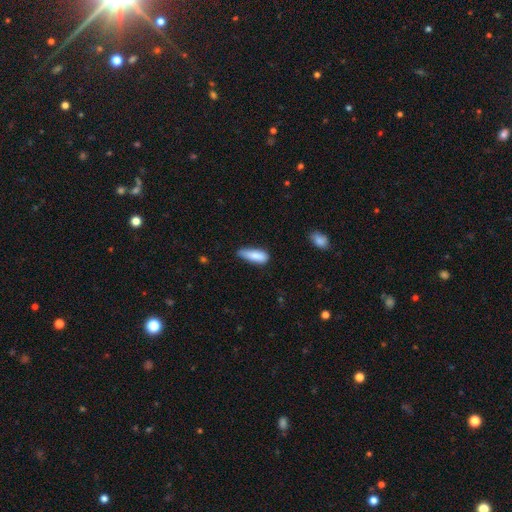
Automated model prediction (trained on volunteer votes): This is clearly a smooth galaxy (83%). How rounded: likely in between (60%). Merging: possibly none (54%).